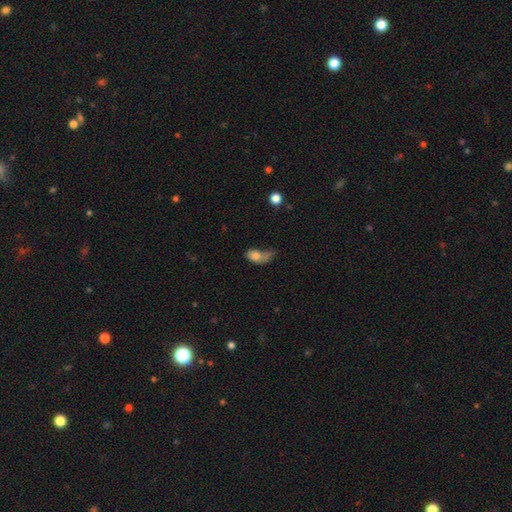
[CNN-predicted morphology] This is likely a smooth galaxy (73%). How rounded: clearly in between (81%). Merging: marginally major disturbance (40%).